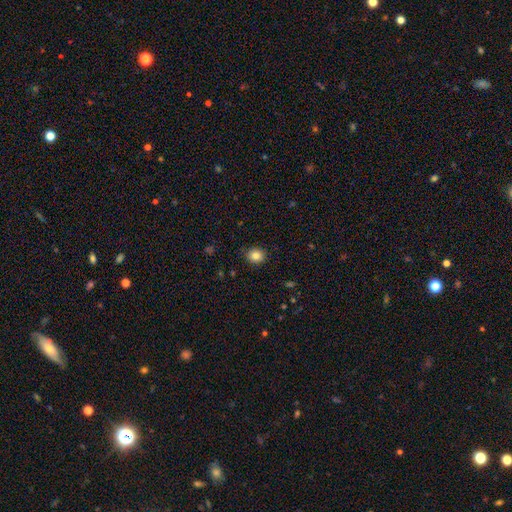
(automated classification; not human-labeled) Smooth or featured?
  - smooth: 84% *
  - star or artifact: 11%
  - featured or disk: 6%
How rounded?
  - round: 73% *
  - in between: 26%
  - cigar-shaped: 1%
Merging?
  - none: 87% *
  - minor disturbance: 10%
  - major disturbance: 2%
  - merger: 1%